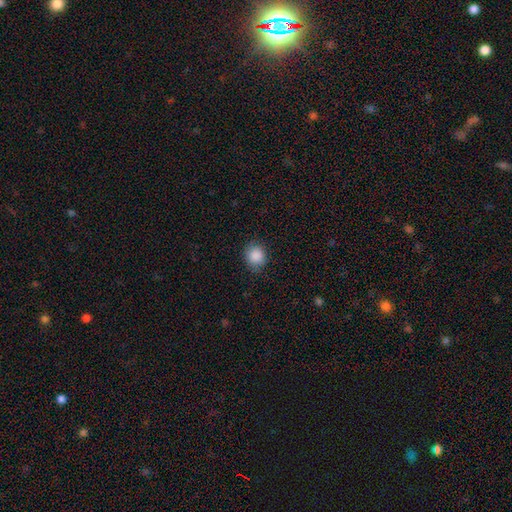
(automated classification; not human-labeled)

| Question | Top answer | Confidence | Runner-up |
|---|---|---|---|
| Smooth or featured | smooth | 88% | star or artifact (9%) |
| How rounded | round | 79% | in between (20%) |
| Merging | none | 84% | minor disturbance (12%) |